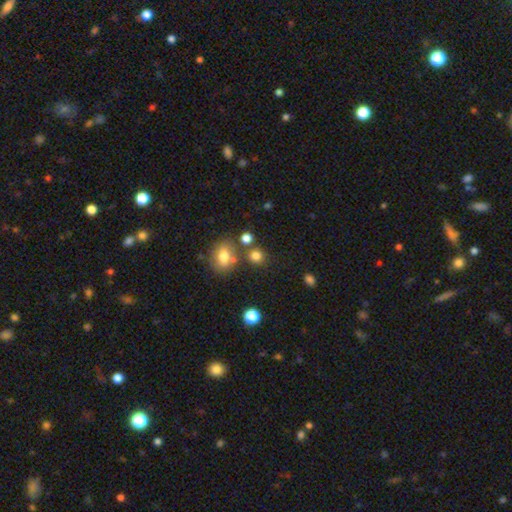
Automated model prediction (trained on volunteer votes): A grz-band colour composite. It shows a smooth galaxy with no disk features (78%) that is round (81%). Merging: none (70%).